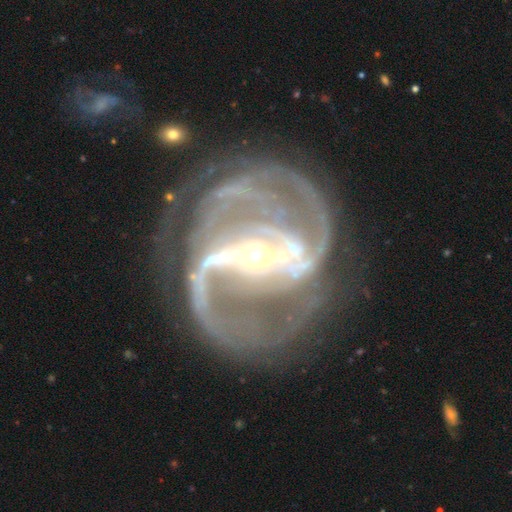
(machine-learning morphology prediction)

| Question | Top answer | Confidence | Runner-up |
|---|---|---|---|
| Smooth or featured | featured or disk | 92% | star or artifact (5%) |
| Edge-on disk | no | 97% | yes (3%) |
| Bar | strong | 73% | weak (19%) |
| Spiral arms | yes | 97% | no (3%) |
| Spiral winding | medium | 51% | tight (28%) |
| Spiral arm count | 2 | 61% | 3 (15%) |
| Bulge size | small | 73% | moderate (23%) |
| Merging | none | 59% | major disturbance (20%) |